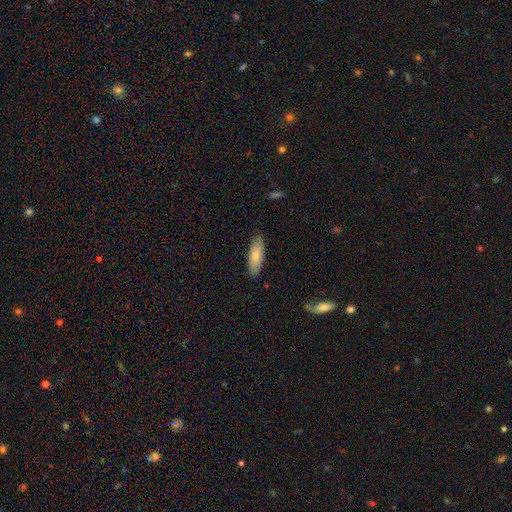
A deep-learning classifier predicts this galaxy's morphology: Smooth or featured? Predicted: smooth (p=0.82). How rounded? Predicted: in between (p=0.58). Merging? Predicted: none (p=0.88).